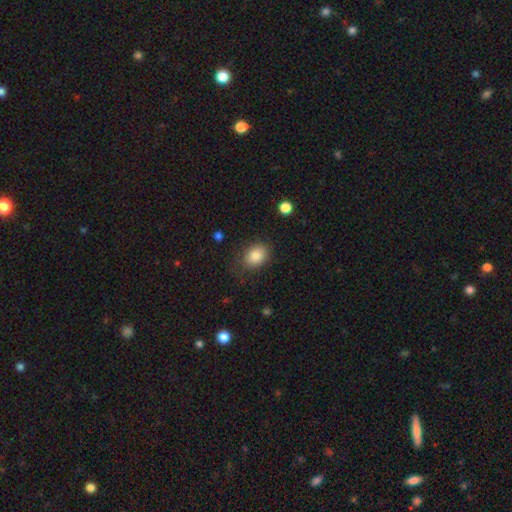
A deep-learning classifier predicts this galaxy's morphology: type=smooth (82%); roundness=in between (60%); merging=none (75%).